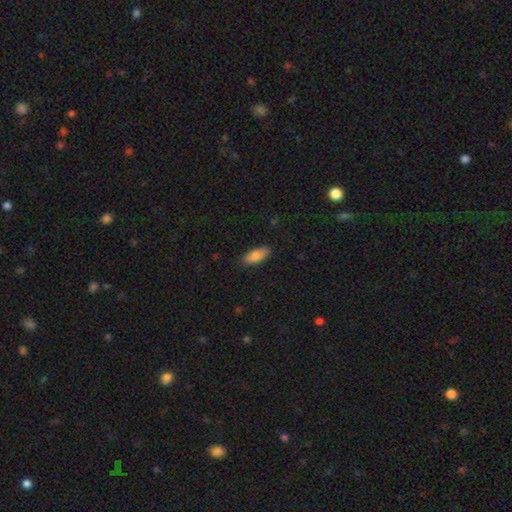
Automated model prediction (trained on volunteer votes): Smooth or featured? smooth (85%)
How rounded? in between (83%)
Merging? none (85%)